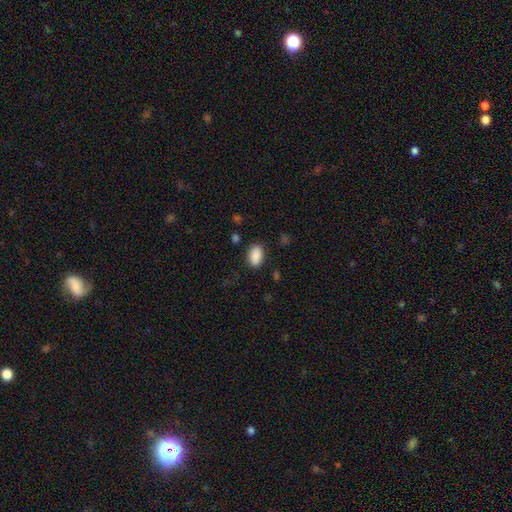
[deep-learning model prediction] smooth-or-featured: smooth: 89% | star or artifact: 7% | featured or disk: 4%
  how-rounded: in between: 92% | round: 6% | cigar-shaped: 2%
  merging: none: 84% | minor disturbance: 11% | major disturbance: 3% | merger: 2%